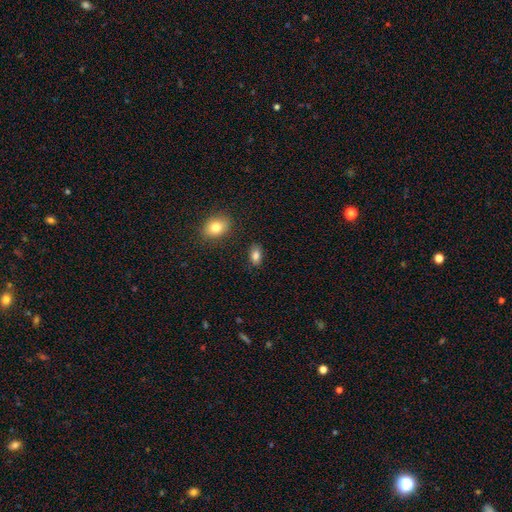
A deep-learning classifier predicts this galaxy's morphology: type=smooth (84%); roundness=in between (87%); merging=none (83%).